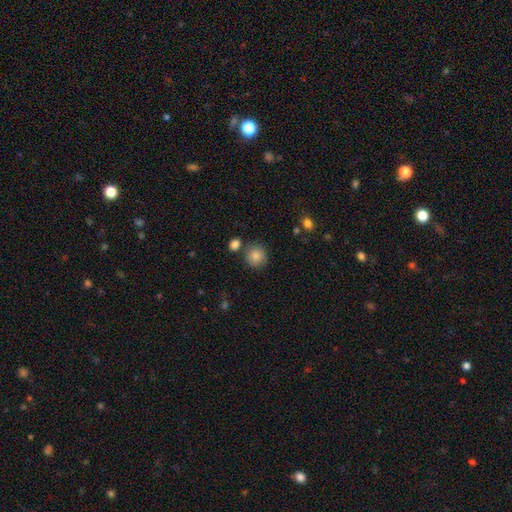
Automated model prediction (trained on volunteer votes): smooth-or-featured: smooth: 85% | star or artifact: 9% | featured or disk: 6%
  how-rounded: round: 89% | in between: 10% | cigar-shaped: 1%
  merging: none: 77% | minor disturbance: 11% | merger: 9% | major disturbance: 3%